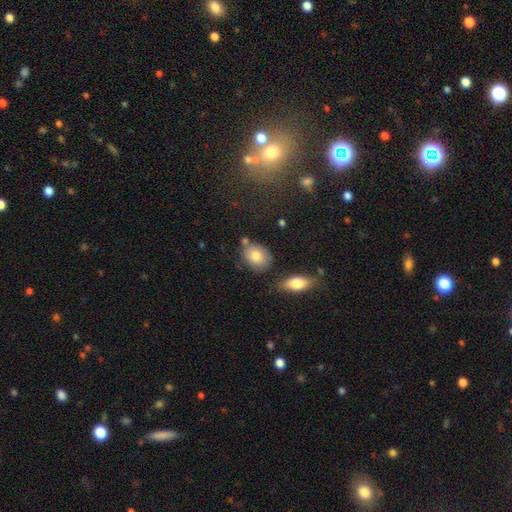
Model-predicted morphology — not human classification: Q: Smooth or featured?
A: smooth (81%); runner-up: featured or disk (11%)
Q: How rounded?
A: in between (50%); runner-up: round (48%)
Q: Merging?
A: none (70%); runner-up: minor disturbance (16%)